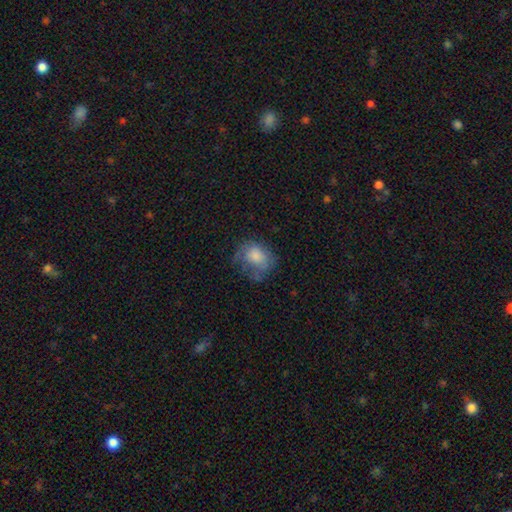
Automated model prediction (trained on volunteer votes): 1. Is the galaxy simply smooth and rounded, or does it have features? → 71% smooth, 19% featured or disk, 10% star or artifact.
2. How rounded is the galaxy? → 51% round, 48% in between, 1% cigar-shaped.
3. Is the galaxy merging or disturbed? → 51% none, 29% minor disturbance, 18% major disturbance, 2% merger.